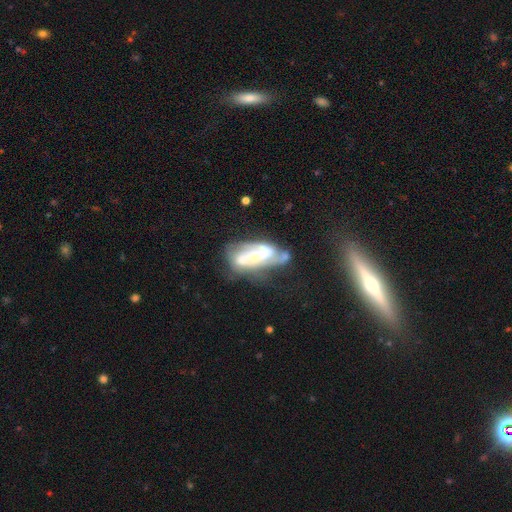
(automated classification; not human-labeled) Smooth or featured? Predicted: featured or disk (p=0.76). Edge-on disk? Predicted: no (p=0.93). Bar? Predicted: no (p=0.42). Spiral arms? Predicted: yes (p=0.82). Spiral winding? Predicted: medium (p=0.43). Spiral arm count? Predicted: 2 (p=0.60). Bulge size? Predicted: small (p=0.48). Merging? Predicted: none (p=0.37).